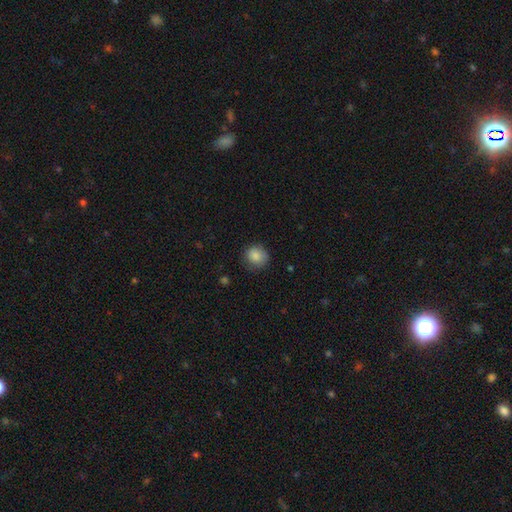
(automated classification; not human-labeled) smooth 86%, star or artifact 9%, featured or disk 5%. Down the decision tree: how rounded — round (86%); merging — none (80%).